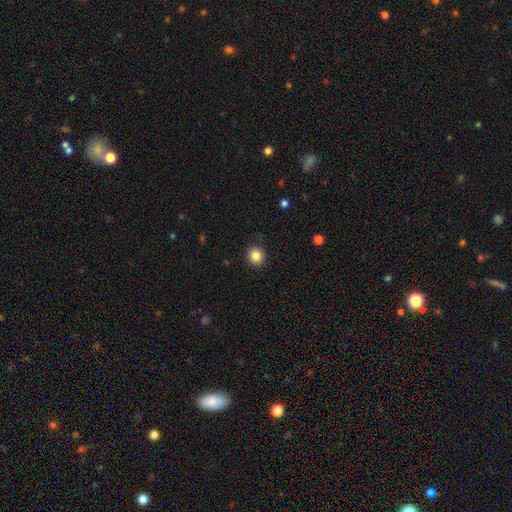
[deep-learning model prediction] smooth-or-featured: smooth: 85% | star or artifact: 10% | featured or disk: 4%
  how-rounded: round: 92% | in between: 8% | cigar-shaped: 1%
  merging: none: 91% | minor disturbance: 6% | major disturbance: 2% | merger: 1%